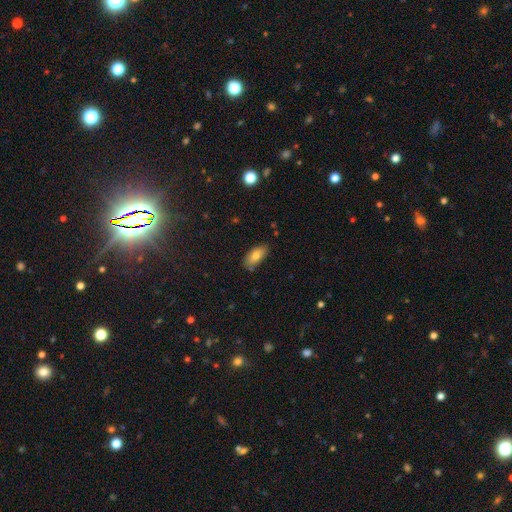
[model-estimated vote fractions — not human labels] smooth-or-featured: smooth: 76% | featured or disk: 16% | star or artifact: 8%
  how-rounded: in between: 89% | cigar-shaped: 7% | round: 3%
  merging: none: 78% | minor disturbance: 17% | major disturbance: 3% | merger: 2%